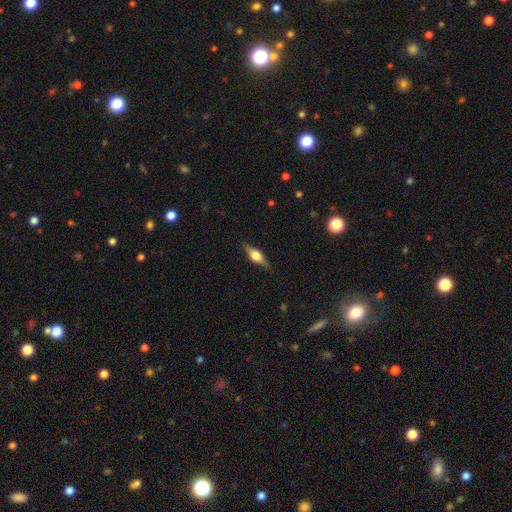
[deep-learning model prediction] This is possibly a featured or disk galaxy (59%). It is clearly viewed edge-on (95%). Edge-on bulge: clearly rounded (91%). Merging: clearly none (86%).